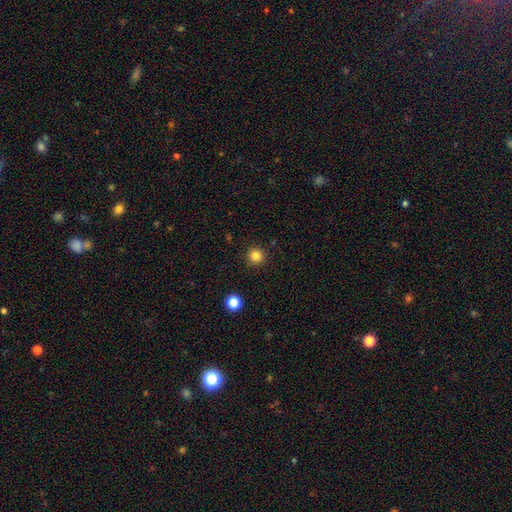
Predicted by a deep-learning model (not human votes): A smooth galaxy with no disk features (83%) that is round (95%). Merging: none (92%).